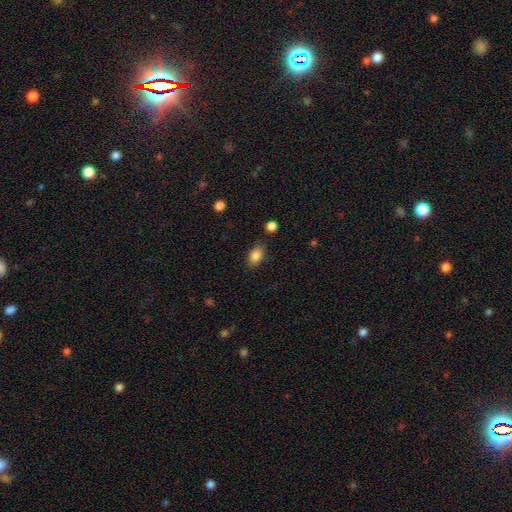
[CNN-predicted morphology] The model was most divided on "how rounded": in between: 85%, round: 14%, cigar-shaped: 2%. More confident: smooth or featured — smooth (85%); merging — none (83%).